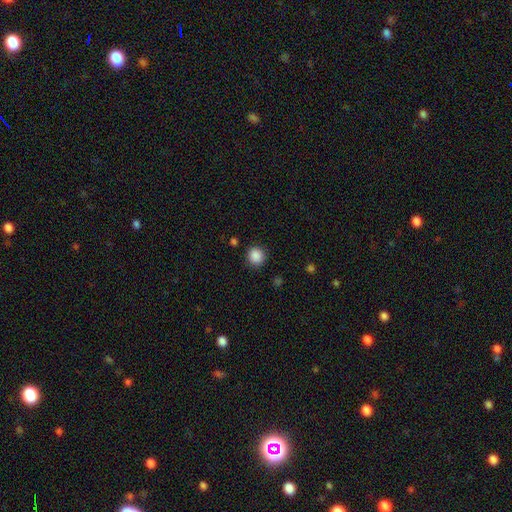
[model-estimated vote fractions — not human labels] Smooth or featured: smooth — 88% (star or artifact — 10%)
How rounded: round — 91% (in between — 8%)
Merging: none — 88% (minor disturbance — 8%)